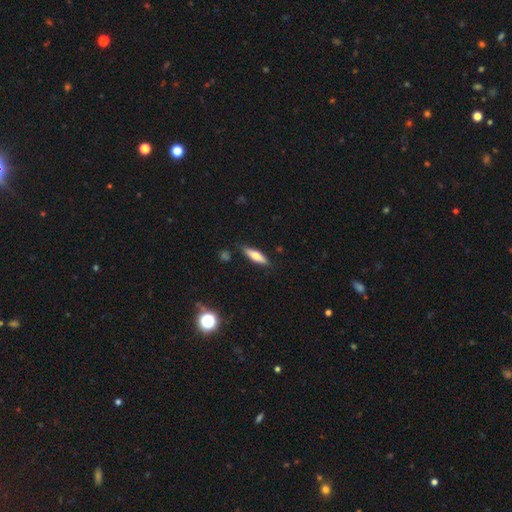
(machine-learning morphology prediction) Q: Smooth or featured?
A: smooth (58%); runner-up: featured or disk (35%)
Q: How rounded?
A: cigar-shaped (62%); runner-up: in between (36%)
Q: Merging?
A: none (84%); runner-up: minor disturbance (12%)